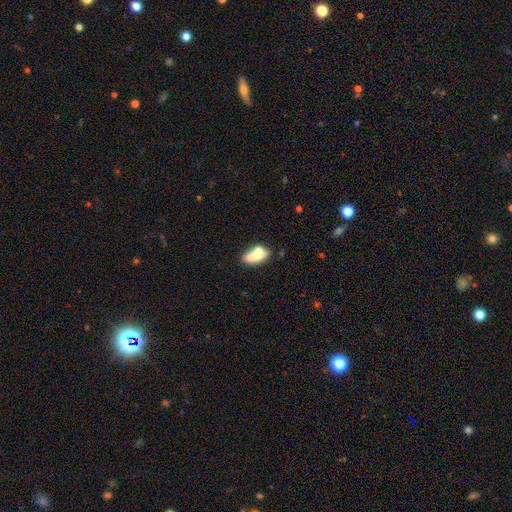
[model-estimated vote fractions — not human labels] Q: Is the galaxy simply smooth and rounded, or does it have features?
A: smooth — 66%.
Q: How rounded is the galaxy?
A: in between — 78%.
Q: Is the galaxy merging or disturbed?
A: none — 52%.